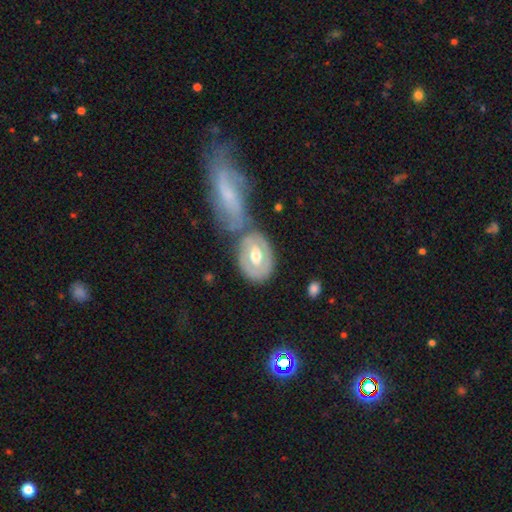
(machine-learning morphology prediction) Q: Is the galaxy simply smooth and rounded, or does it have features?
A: featured or disk — 63%.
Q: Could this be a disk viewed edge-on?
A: no — 93%.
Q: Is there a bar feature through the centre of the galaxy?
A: no — 43%.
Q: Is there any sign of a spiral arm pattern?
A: no — 55%.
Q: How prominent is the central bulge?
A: moderate — 75%.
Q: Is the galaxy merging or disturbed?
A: none — 53%.